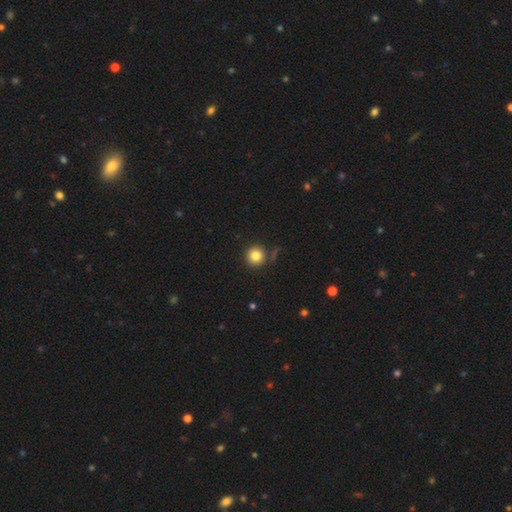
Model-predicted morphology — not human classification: Smooth or featured? smooth (83%)
How rounded? round (95%)
Merging? none (82%)